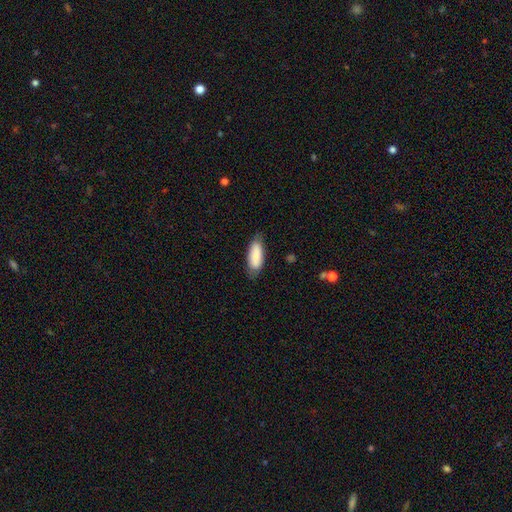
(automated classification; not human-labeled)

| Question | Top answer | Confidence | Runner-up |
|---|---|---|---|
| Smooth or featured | smooth | 86% | featured or disk (8%) |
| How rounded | in between | 78% | cigar-shaped (20%) |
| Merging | none | 75% | minor disturbance (20%) |